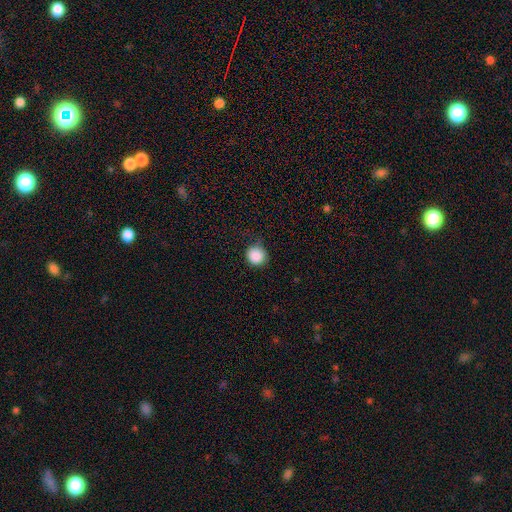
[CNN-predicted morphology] Smooth or featured? smooth (88%)
How rounded? round (91%)
Merging? none (79%)